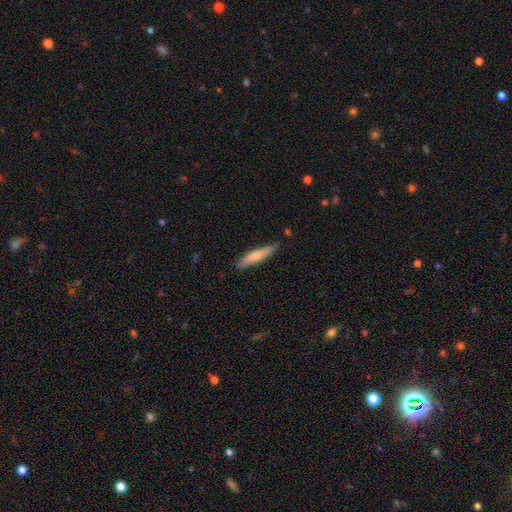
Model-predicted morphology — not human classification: type=smooth (68%); roundness=cigar-shaped (86%); merging=none (81%).